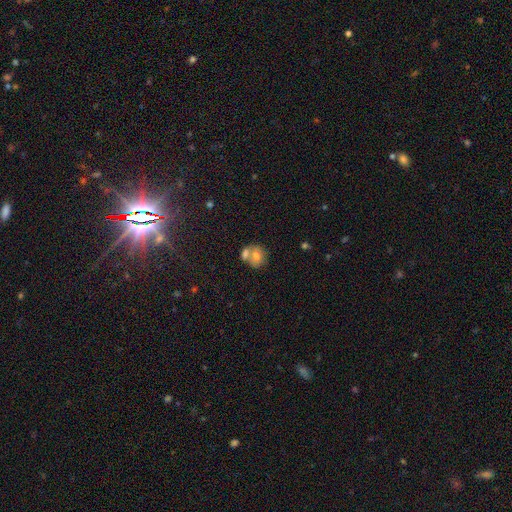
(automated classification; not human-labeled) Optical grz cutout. It shows a smooth galaxy with no disk features (67%) that is round (72%). Merging: merger (49%).